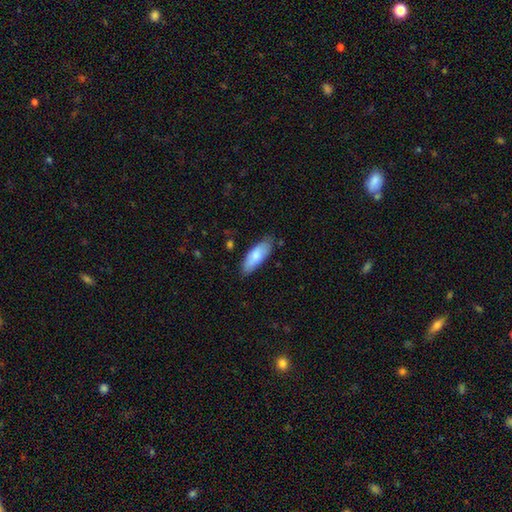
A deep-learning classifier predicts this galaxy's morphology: smooth-or-featured: smooth: 81% | featured or disk: 14% | star or artifact: 6%
  how-rounded: in between: 71% | cigar-shaped: 27% | round: 2%
  merging: none: 77% | minor disturbance: 18% | major disturbance: 3% | merger: 2%